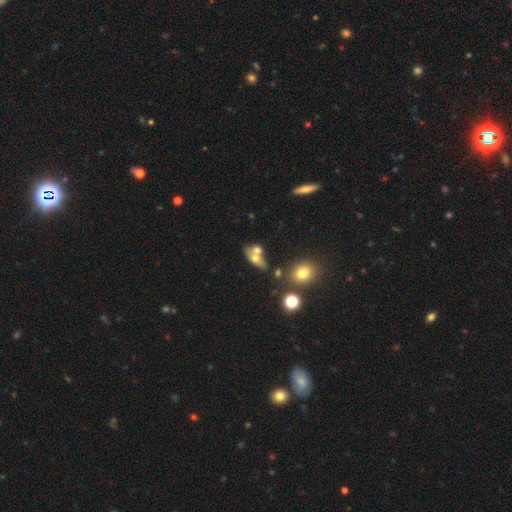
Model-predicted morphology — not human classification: This is possibly a smooth galaxy (59%). How rounded: likely in between (73%). Merging: possibly merger (47%).